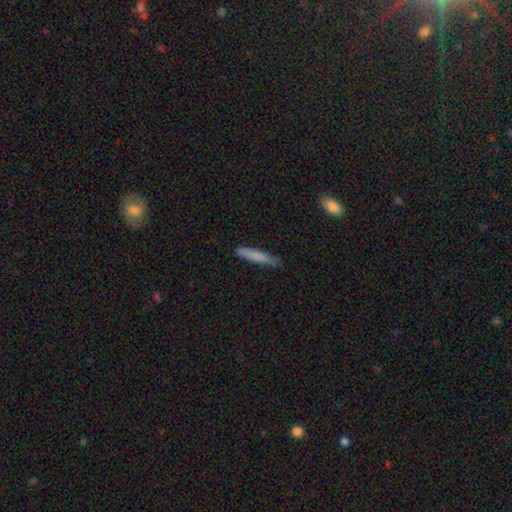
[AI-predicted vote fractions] Smooth or featured: smooth — 76% (featured or disk — 18%)
How rounded: cigar-shaped — 93% (in between — 6%)
Merging: none — 82% (minor disturbance — 14%)